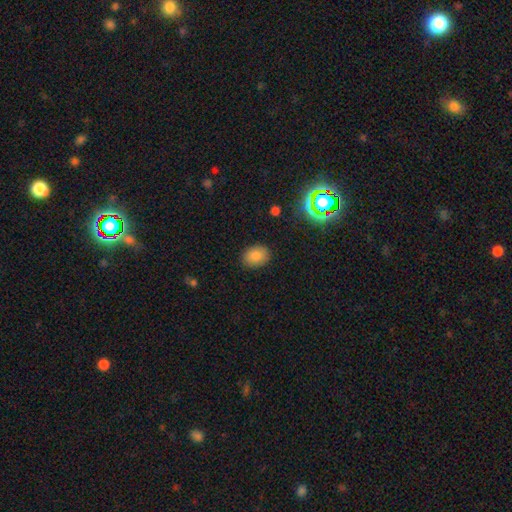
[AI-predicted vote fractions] smooth-or-featured: smooth: 80% | star or artifact: 12% | featured or disk: 8%
  how-rounded: in between: 56% | round: 43% | cigar-shaped: 1%
  merging: none: 86% | minor disturbance: 10% | major disturbance: 3% | merger: 1%